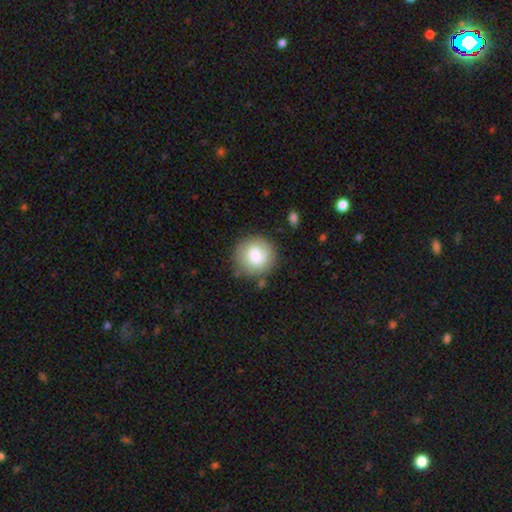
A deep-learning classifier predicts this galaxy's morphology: Smooth or featured? Predicted: smooth (p=0.75). How rounded? Predicted: round (p=0.91). Merging? Predicted: none (p=0.78).